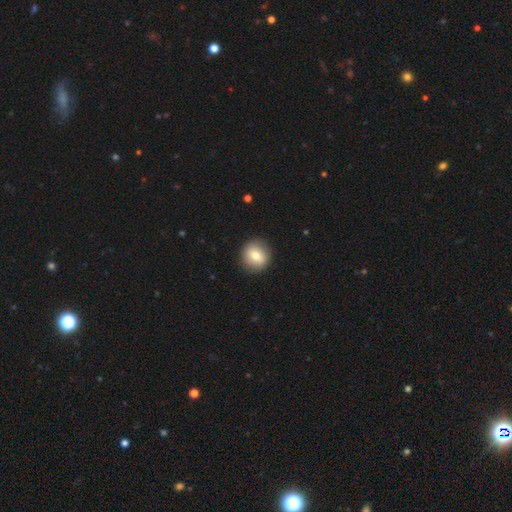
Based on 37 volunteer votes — smooth_or_featured: smooth (p=0.81) [alt: featured or disk p=0.11]
how_rounded: round (p=0.93) [alt: in between p=0.07]
merging: none (p=0.82) [alt: minor disturbance p=0.15]